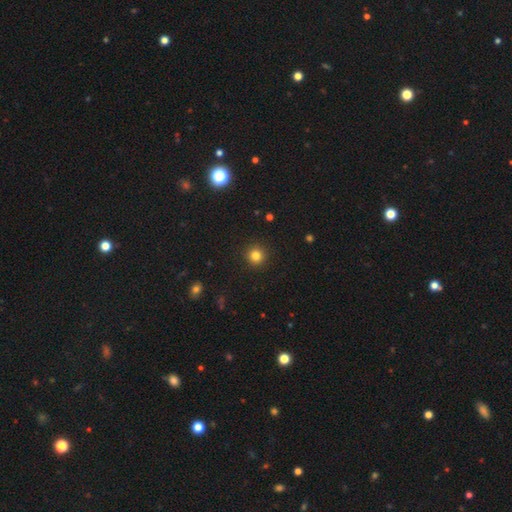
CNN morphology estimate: A smooth galaxy with no disk features (81%) that is round (95%). Merging: none (92%).